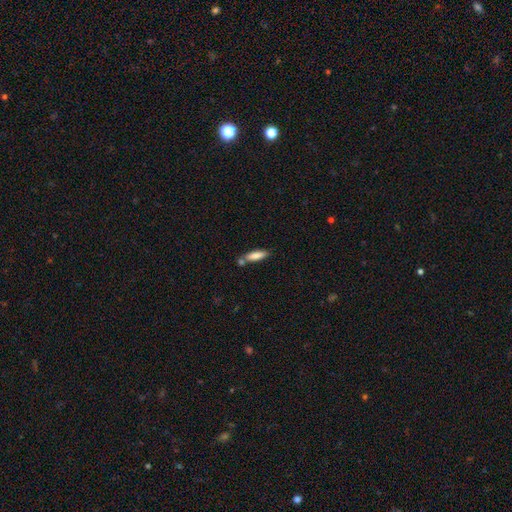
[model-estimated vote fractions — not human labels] This appears to be a smooth galaxy with no disk features (80%) that is cigar-shaped (60%). Merging: none (63%).